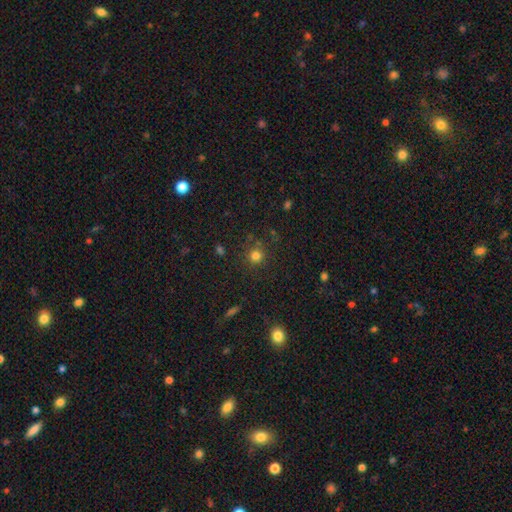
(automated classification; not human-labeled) Q: Smooth or featured?
A: smooth (77%); runner-up: star or artifact (17%)
Q: How rounded?
A: round (93%); runner-up: in between (6%)
Q: Merging?
A: none (82%); runner-up: minor disturbance (9%)